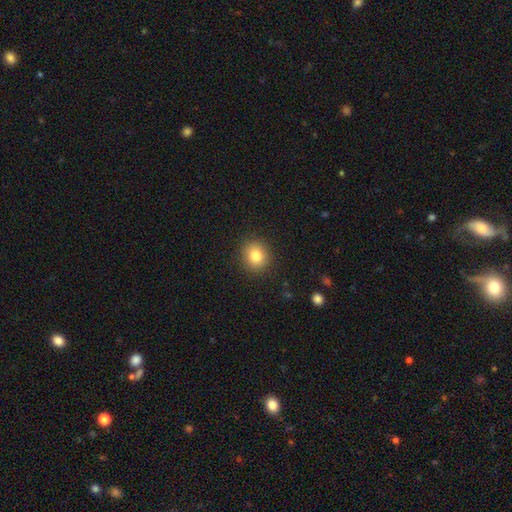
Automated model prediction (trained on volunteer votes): Overall: smooth (82%). How rounded: round (83%). Merging: none (90%).